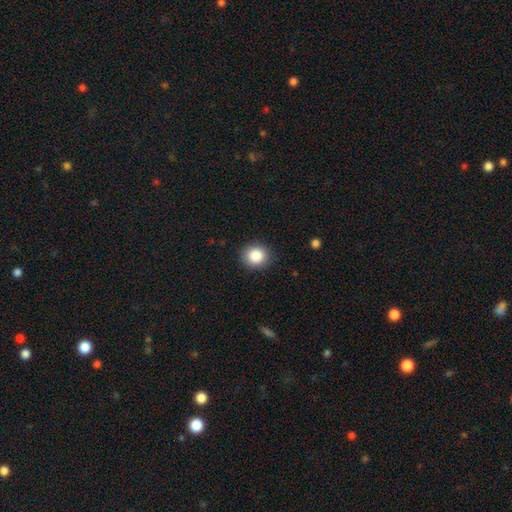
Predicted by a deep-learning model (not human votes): Smooth or featured? Predicted: smooth (p=0.87). How rounded? Predicted: round (p=0.82). Merging? Predicted: none (p=0.89).